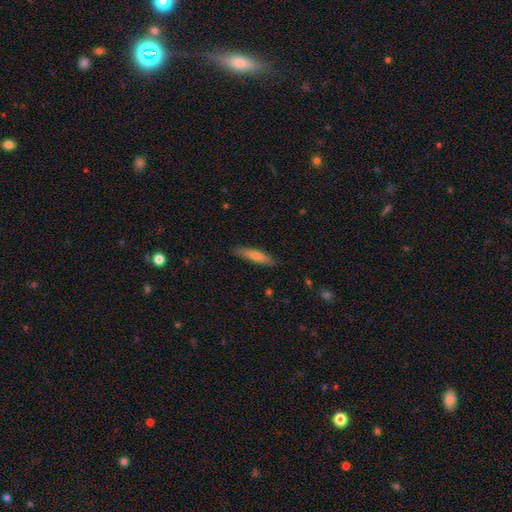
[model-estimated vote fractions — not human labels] A smooth galaxy with no disk features (66%) that is cigar-shaped (84%). Merging: none (87%).